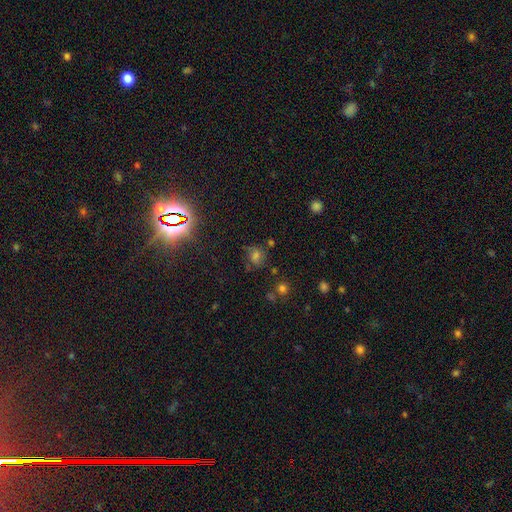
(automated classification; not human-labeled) smooth_or_featured: smooth (p=0.48) [alt: star or artifact p=0.37]
merging: none (p=0.67) [alt: minor disturbance p=0.19]